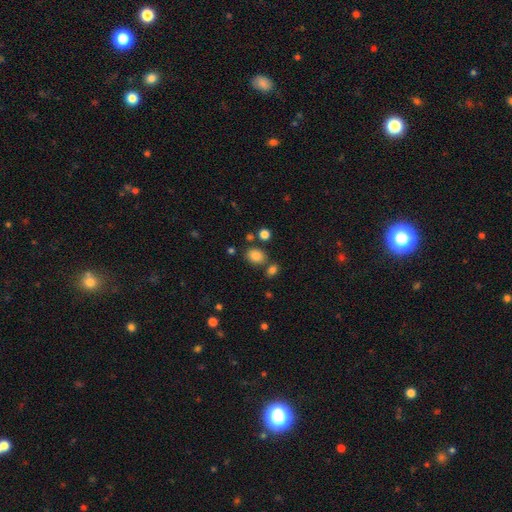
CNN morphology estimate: smooth 83%, star or artifact 12%, featured or disk 5%. Down the decision tree: how rounded — in between (55%); merging — none (73%).